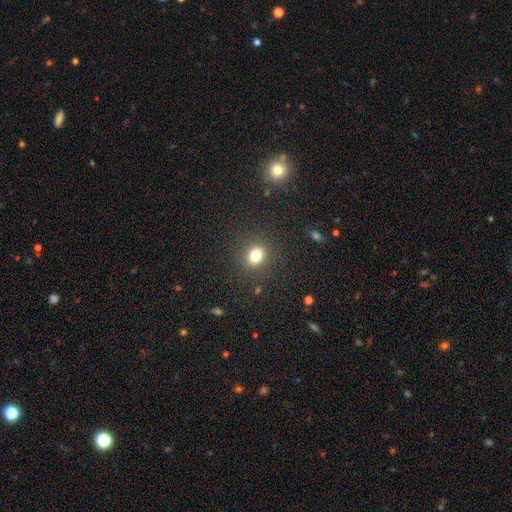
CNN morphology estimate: This appears to be a smooth galaxy with no disk features (78%) that is round (59%). Merging: none (86%).